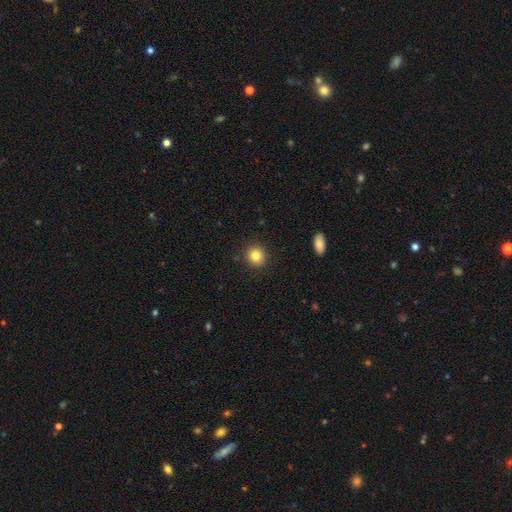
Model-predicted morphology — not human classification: Smooth or featured? smooth (83%)
How rounded? round (89%)
Merging? none (90%)